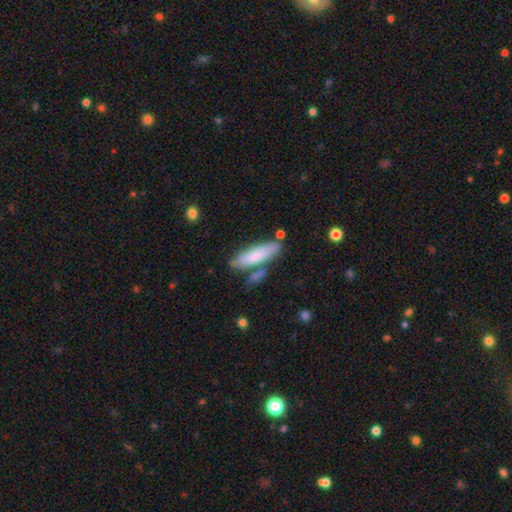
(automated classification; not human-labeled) The model was most divided on "how rounded": cigar-shaped: 63%, in between: 35%, round: 2%. More confident: smooth or featured — smooth (75%); merging — none (70%).